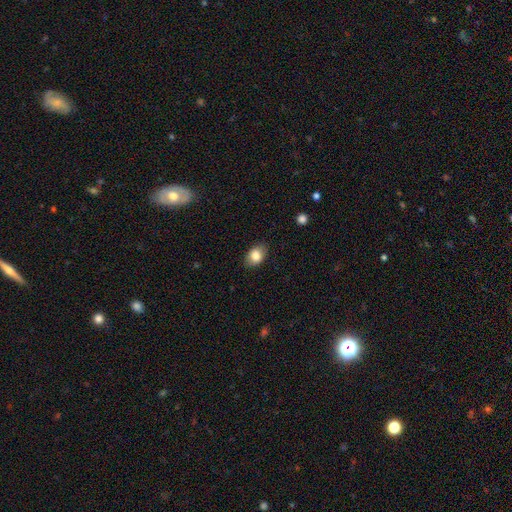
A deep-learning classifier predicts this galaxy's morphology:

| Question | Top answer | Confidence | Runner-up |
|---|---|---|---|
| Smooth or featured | smooth | 82% | featured or disk (10%) |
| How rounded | in between | 81% | round (18%) |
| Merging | none | 85% | minor disturbance (12%) |